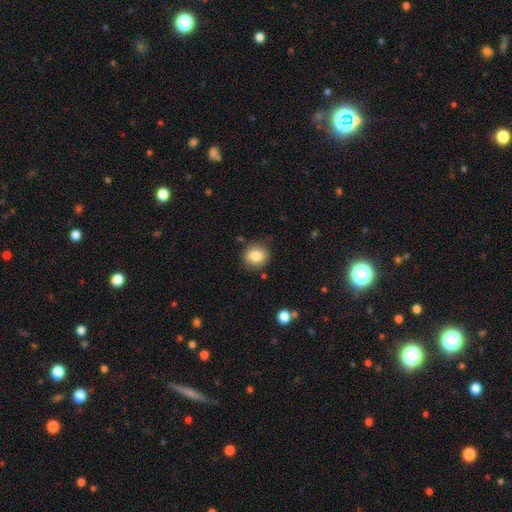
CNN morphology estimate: smooth-or-featured: smooth: 83% | star or artifact: 9% | featured or disk: 8%
  how-rounded: round: 82% | in between: 17% | cigar-shaped: 1%
  merging: none: 83% | minor disturbance: 12% | major disturbance: 3% | merger: 2%